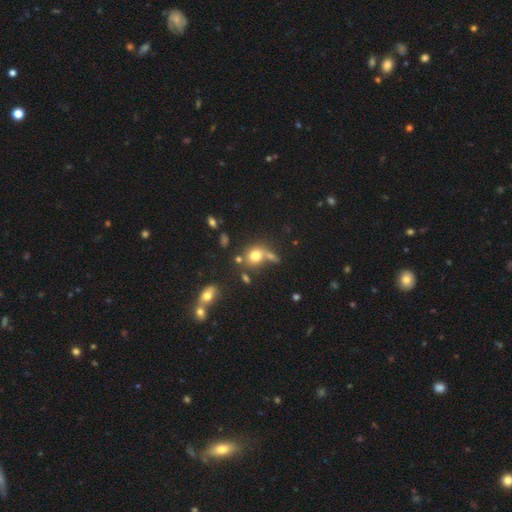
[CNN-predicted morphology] Q: Smooth or featured?
A: smooth (75%); runner-up: star or artifact (13%)
Q: How rounded?
A: round (68%); runner-up: in between (30%)
Q: Merging?
A: none (50%); runner-up: merger (28%)